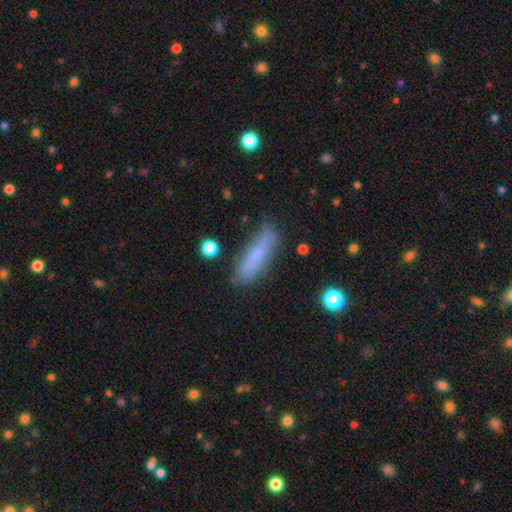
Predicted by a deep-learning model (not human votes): Smooth or featured: smooth — 73% (featured or disk — 20%)
How rounded: cigar-shaped — 73% (in between — 25%)
Merging: none — 75% (minor disturbance — 18%)